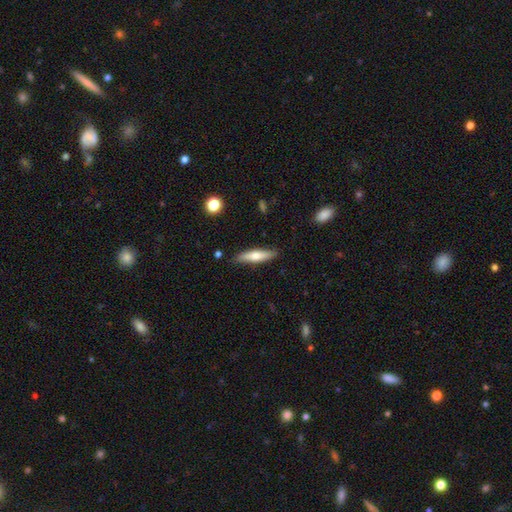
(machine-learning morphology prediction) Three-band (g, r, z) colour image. It shows a smooth galaxy with no disk features (59%) that is cigar-shaped (78%). Merging: none (84%).